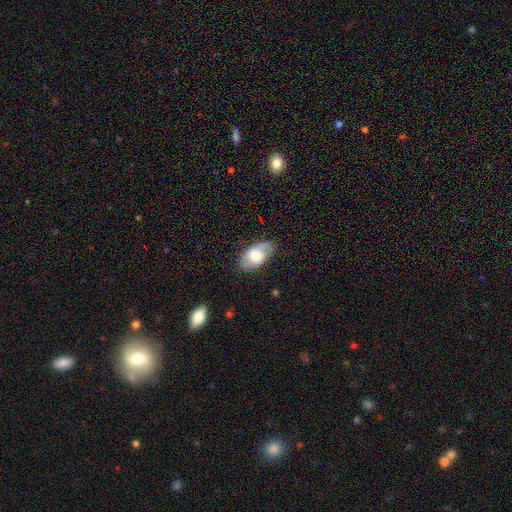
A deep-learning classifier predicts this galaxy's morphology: Q: Smooth or featured?
A: smooth (48%); runner-up: featured or disk (45%)
Q: Merging?
A: none (71%); runner-up: minor disturbance (21%)